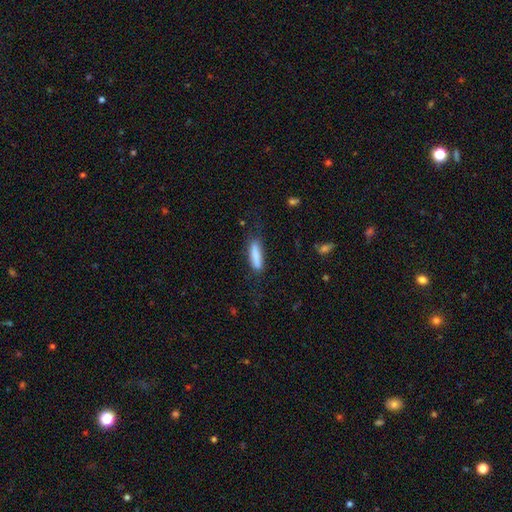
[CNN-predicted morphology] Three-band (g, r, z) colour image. It shows a smooth galaxy with no disk features (85%) that is cigar-shaped (73%). Merging: none (72%).